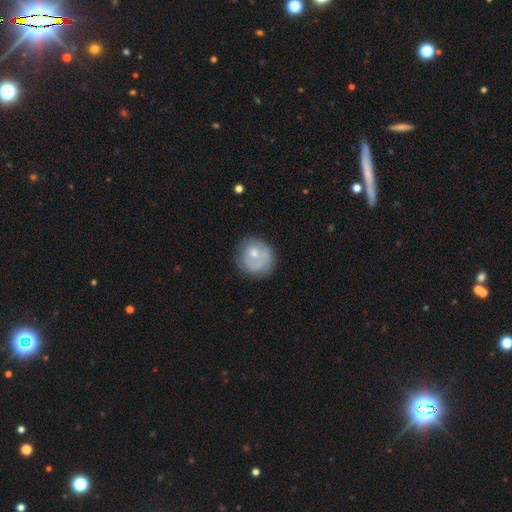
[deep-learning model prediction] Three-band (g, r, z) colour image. It shows a smooth galaxy with no disk features (56%) that is round (83%). Merging: none (60%).